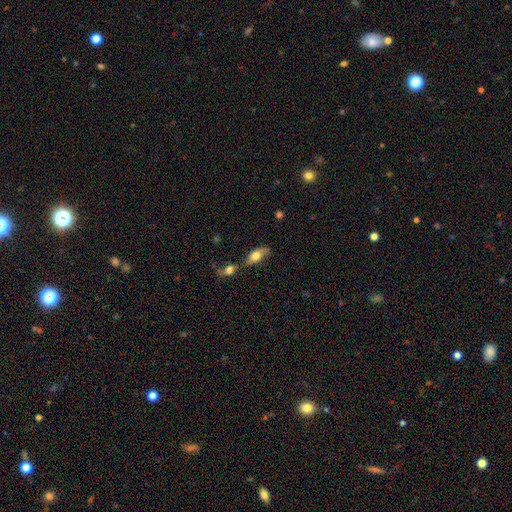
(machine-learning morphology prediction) Smooth or featured? smooth (56%)
How rounded? in between (80%)
Merging? none (35%)